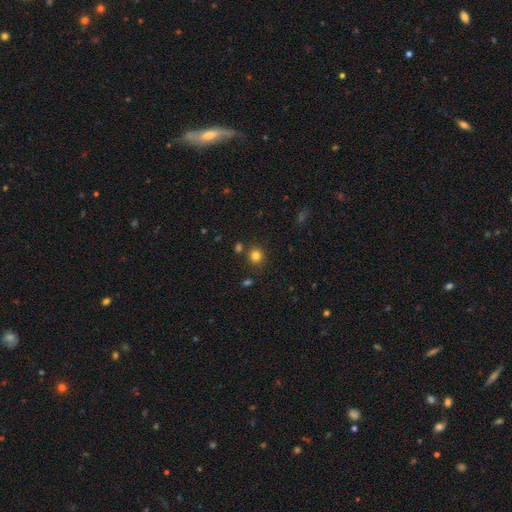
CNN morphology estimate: type=smooth (81%); roundness=round (89%); merging=none (83%).